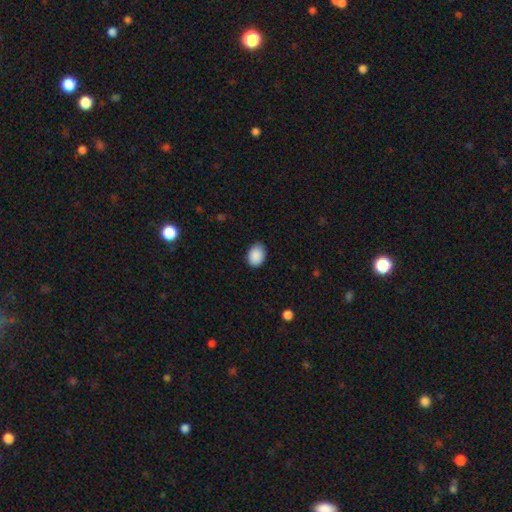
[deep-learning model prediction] A smooth galaxy with no disk features (90%) that is in between round and cigar-shaped (71%).

Vote fractions:
- Smooth or featured? smooth: 90% / star or artifact: 7% / featured or disk: 3%
- How rounded? in between: 71% / round: 28% / cigar-shaped: 1%
- Merging? none: 81% / minor disturbance: 15% / major disturbance: 2% / merger: 1%